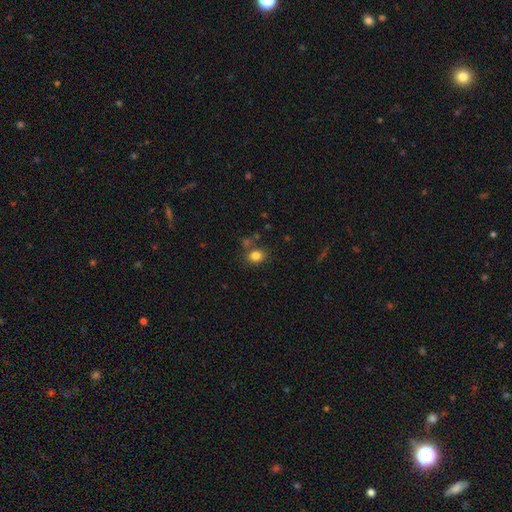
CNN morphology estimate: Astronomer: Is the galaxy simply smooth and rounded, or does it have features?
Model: smooth — 82%.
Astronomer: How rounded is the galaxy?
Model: round — 63%.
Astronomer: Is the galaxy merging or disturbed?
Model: none — 74%.